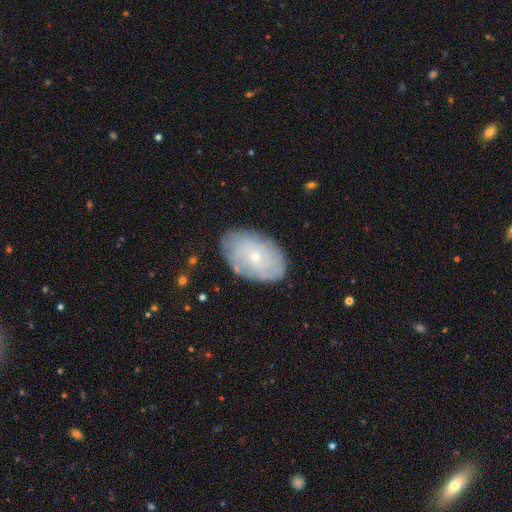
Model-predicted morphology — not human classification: type=featured or disk (59%); edge-on=no (93%); bar=no (84%); spiral arms=yes (78%); bulge=small (74%); merging=none (83%).